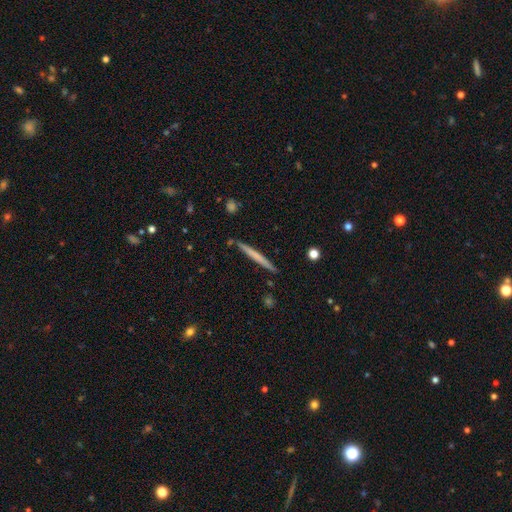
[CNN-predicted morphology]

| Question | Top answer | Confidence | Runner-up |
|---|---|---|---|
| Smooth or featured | smooth | 52% | featured or disk (43%) |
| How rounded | cigar-shaped | 97% | in between (2%) |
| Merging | none | 90% | minor disturbance (7%) |